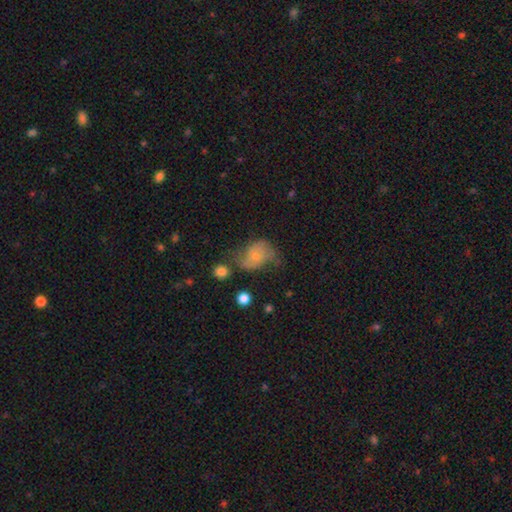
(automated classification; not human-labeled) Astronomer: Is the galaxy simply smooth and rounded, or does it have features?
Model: featured or disk — 47% (runner-up: smooth, 43%).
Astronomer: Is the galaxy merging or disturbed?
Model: none — 38% (runner-up: minor disturbance, 31%).